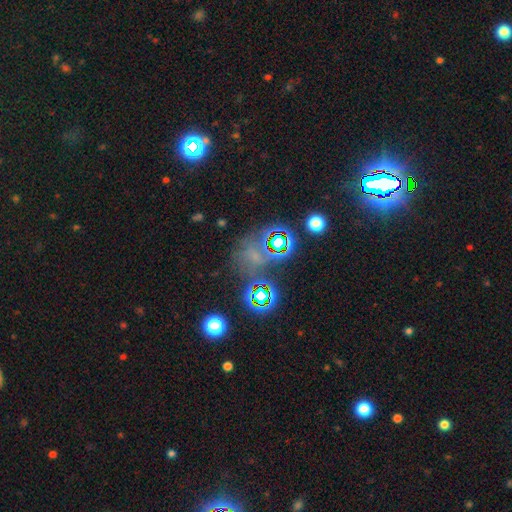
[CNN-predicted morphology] This appears to be a star or artifact, not a galaxy (55%).